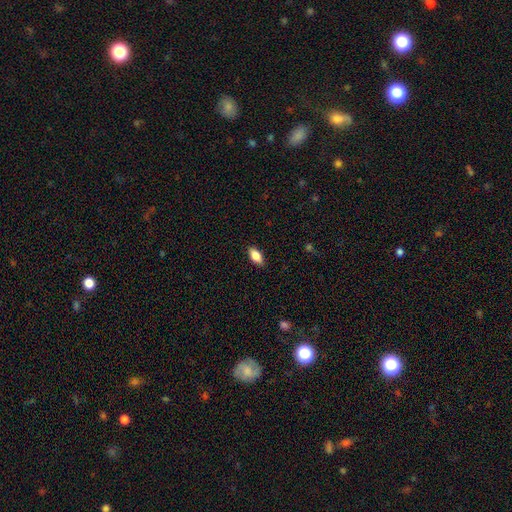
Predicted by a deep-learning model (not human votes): Smooth or featured? Predicted: smooth (p=0.83). How rounded? Predicted: in between (p=0.89). Merging? Predicted: none (p=0.87).